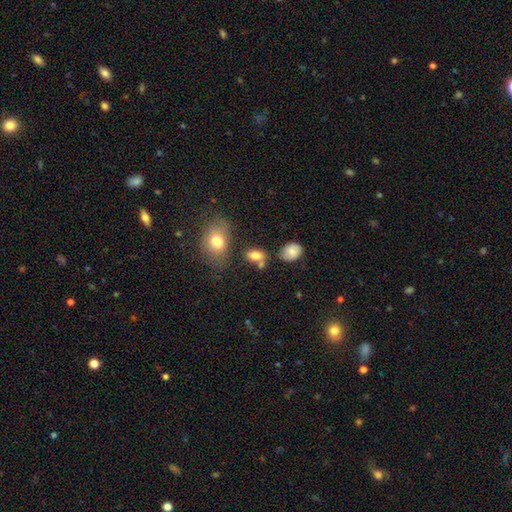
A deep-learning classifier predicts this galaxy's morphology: The model was most divided on "merging": none: 62%, merger: 18%, minor disturbance: 15%, major disturbance: 5%. More confident: how rounded — in between (81%); smooth or featured — smooth (80%).